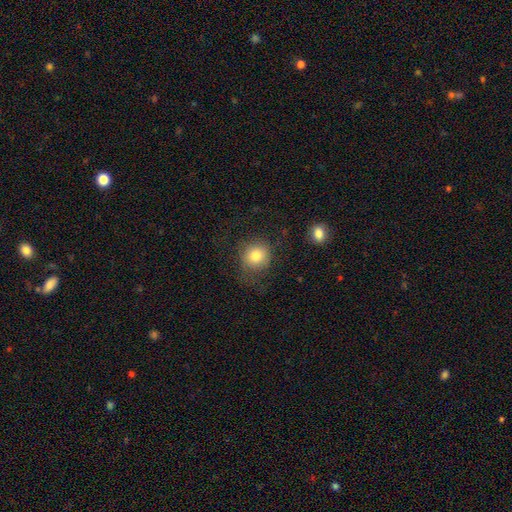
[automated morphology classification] Overall: smooth (80%). How rounded: round (88%). Merging: none (72%).